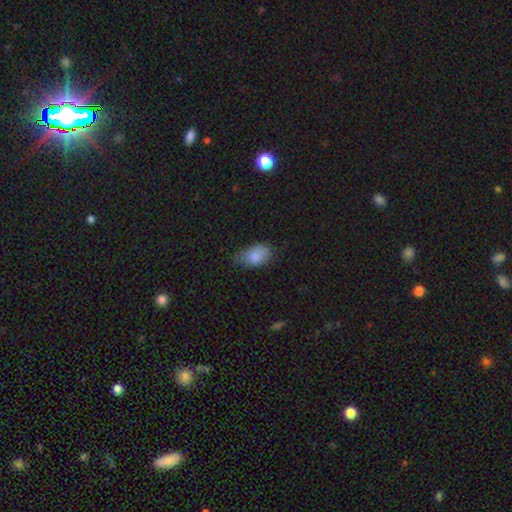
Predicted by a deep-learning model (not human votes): smooth-or-featured: smooth: 84% | featured or disk: 8% | star or artifact: 8%
  how-rounded: in between: 90% | round: 8% | cigar-shaped: 2%
  merging: none: 48% | minor disturbance: 39% | major disturbance: 11% | merger: 2%